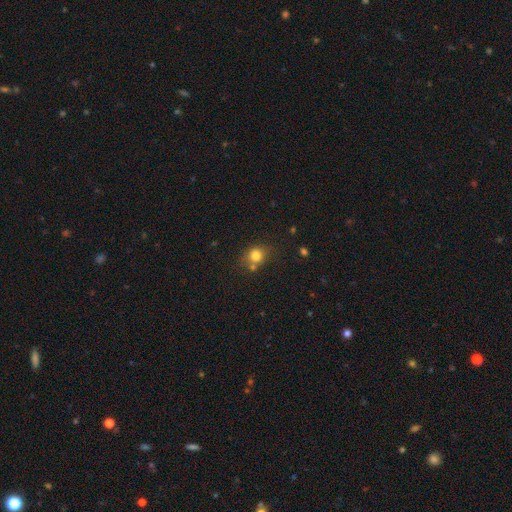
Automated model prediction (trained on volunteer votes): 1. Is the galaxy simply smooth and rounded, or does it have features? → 79% smooth, 13% star or artifact, 8% featured or disk.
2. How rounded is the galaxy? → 77% round, 22% in between, 1% cigar-shaped.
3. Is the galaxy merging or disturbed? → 65% none, 16% merger, 15% minor disturbance, 5% major disturbance.